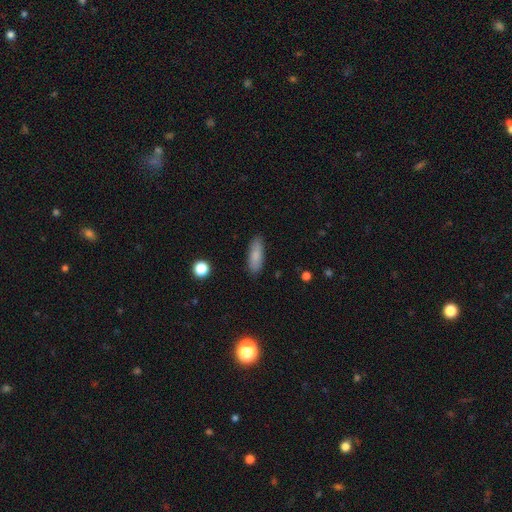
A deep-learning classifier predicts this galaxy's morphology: smooth_or_featured: smooth (p=0.84) [alt: featured or disk p=0.09]
how_rounded: in between (p=0.64) [alt: cigar-shaped p=0.34]
merging: none (p=0.87) [alt: minor disturbance p=0.09]